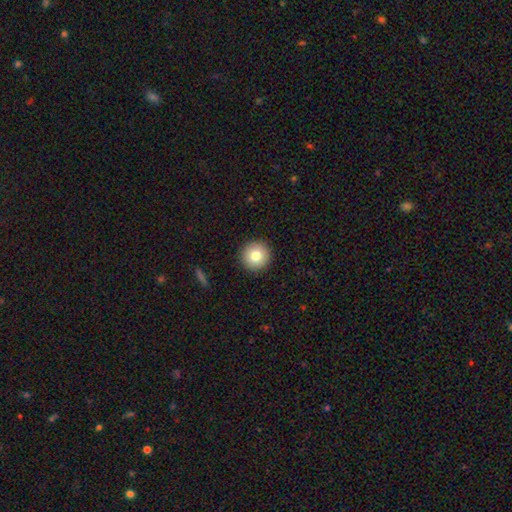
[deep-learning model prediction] Overall: smooth (80%). How rounded: round (96%). Merging: none (93%).